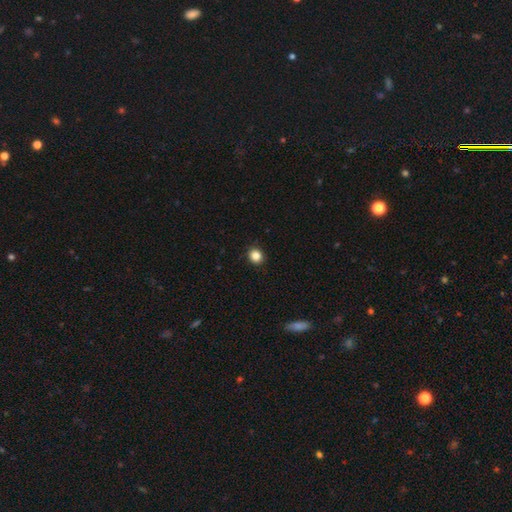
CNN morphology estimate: This is clearly a smooth galaxy (85%). How rounded: clearly round (84%). Merging: clearly none (92%).